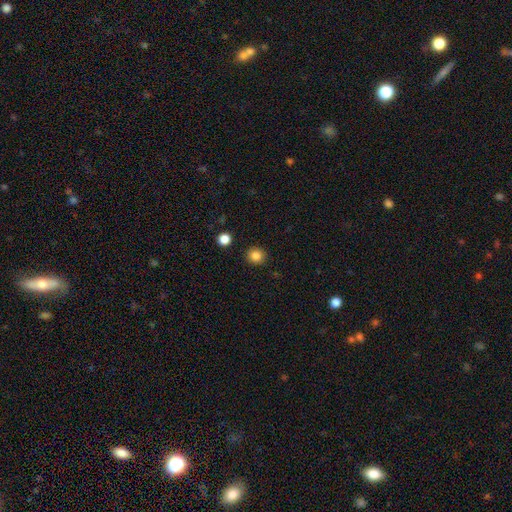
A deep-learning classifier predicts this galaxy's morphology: Smooth or featured?
  - smooth: 85% *
  - star or artifact: 11%
  - featured or disk: 5%
How rounded?
  - round: 89% *
  - in between: 10%
  - cigar-shaped: 1%
Merging?
  - none: 91% *
  - minor disturbance: 5%
  - major disturbance: 2%
  - merger: 2%